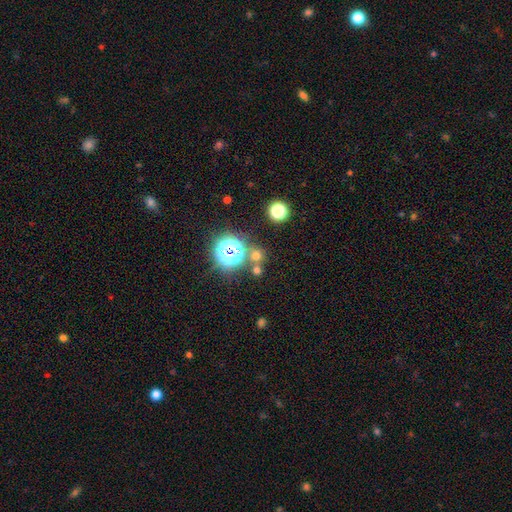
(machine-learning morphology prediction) This appears to be a smooth galaxy with no disk features (55%) that is round (90%). Merging: none (71%).